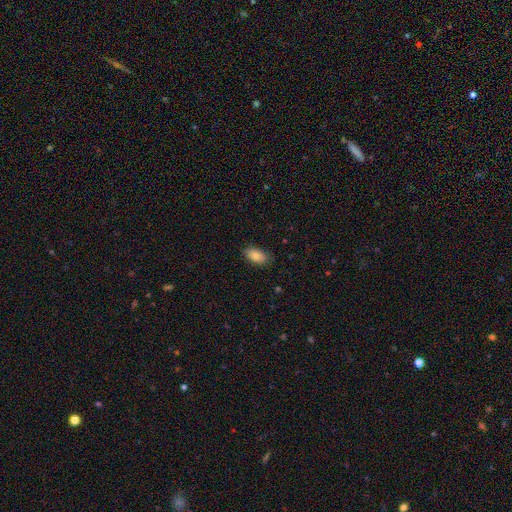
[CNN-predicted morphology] Smooth or featured: smooth — 81% (featured or disk — 11%)
How rounded: in between — 93% (round — 5%)
Merging: none — 84% (minor disturbance — 13%)